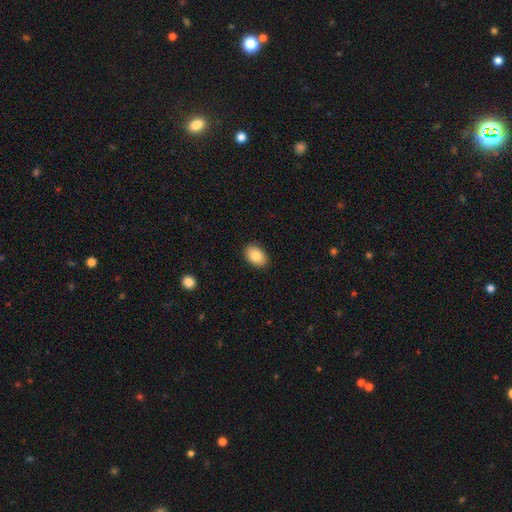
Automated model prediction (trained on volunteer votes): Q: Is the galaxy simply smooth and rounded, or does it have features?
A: smooth — 85%.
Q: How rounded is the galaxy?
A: in between — 87%.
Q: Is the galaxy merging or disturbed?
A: none — 89%.